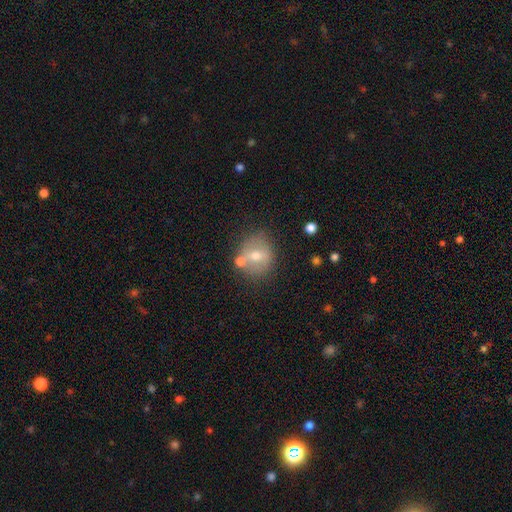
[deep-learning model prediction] A smooth galaxy with no disk features (53%) that is round (78%).

Vote fractions:
- Smooth or featured? smooth: 53% / featured or disk: 37% / star or artifact: 11%
- How rounded? round: 78% / in between: 21% / cigar-shaped: 1%
- Merging? none: 68% / minor disturbance: 14% / merger: 14% / major disturbance: 4%